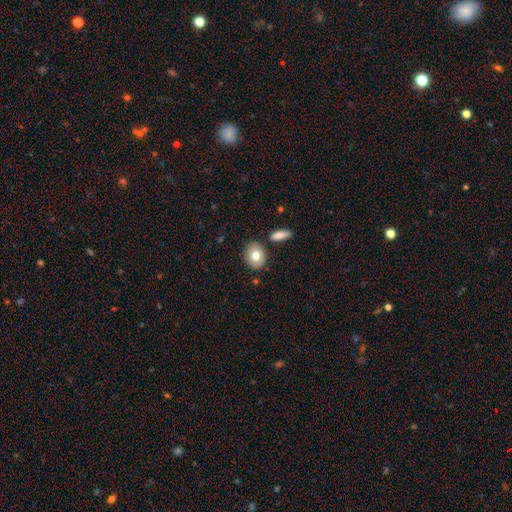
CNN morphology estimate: Overall: smooth (78%). How rounded: in between (54%; round 45%). Merging: none (82%).